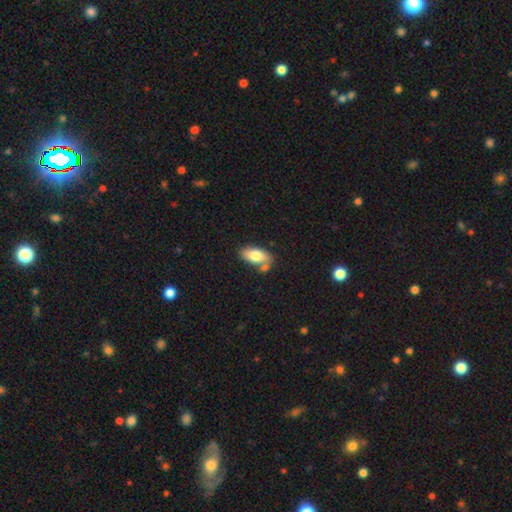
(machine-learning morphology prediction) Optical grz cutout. It shows a smooth galaxy with no disk features (76%) that is in between round and cigar-shaped (91%). Merging: none (59%).